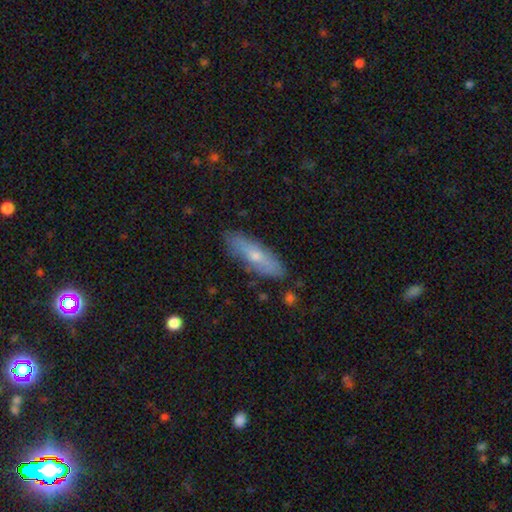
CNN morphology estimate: A smooth galaxy with no disk features (59%) that is cigar-shaped (58%). Merging: none (83%).